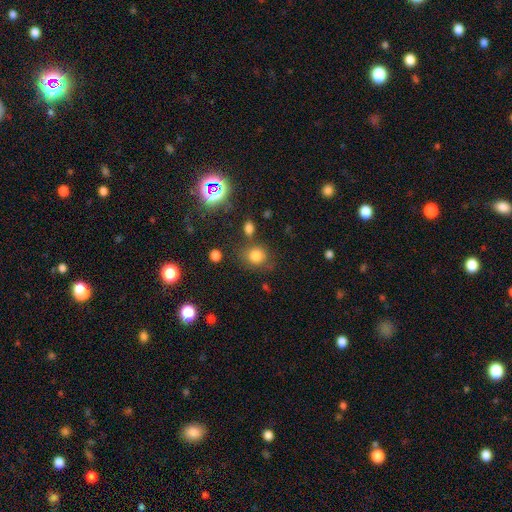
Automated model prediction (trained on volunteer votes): A smooth galaxy with no disk features (76%) that is round (71%). Merging: none (70%).